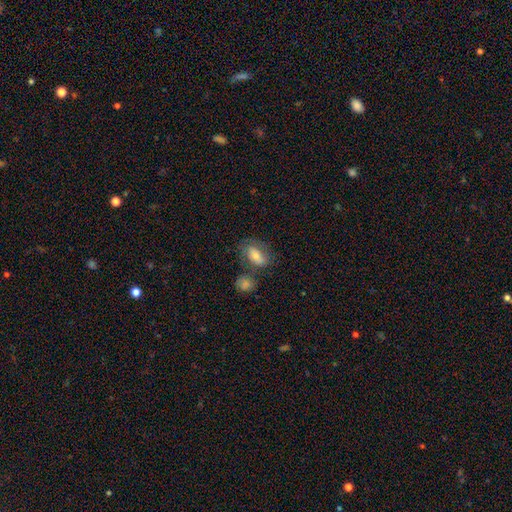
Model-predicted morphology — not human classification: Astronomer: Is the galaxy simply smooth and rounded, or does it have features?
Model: smooth — 67%.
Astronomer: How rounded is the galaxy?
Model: in between — 85%.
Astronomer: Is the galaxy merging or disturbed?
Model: none — 56%.